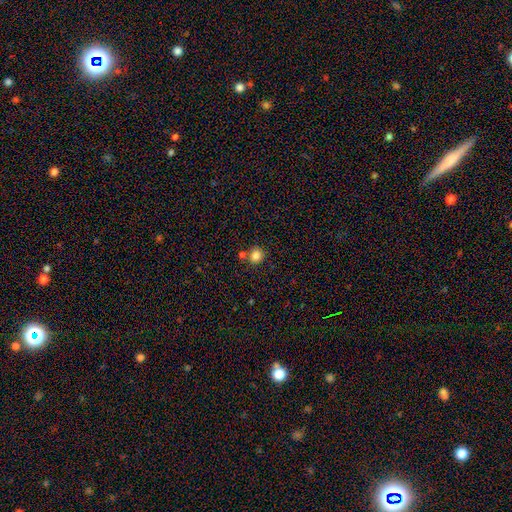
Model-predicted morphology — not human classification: Smooth or featured? Predicted: smooth (p=0.85). How rounded? Predicted: round (p=0.82). Merging? Predicted: none (p=0.71).